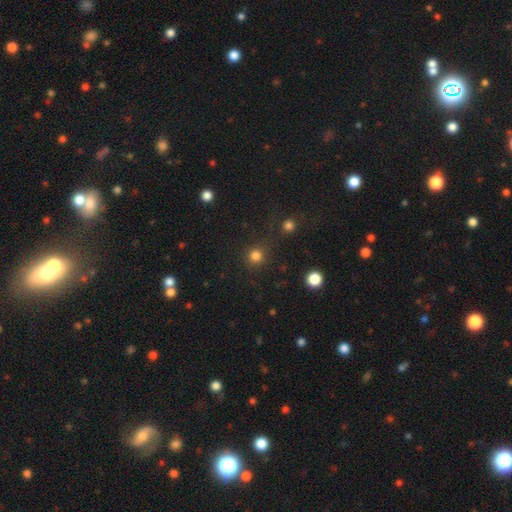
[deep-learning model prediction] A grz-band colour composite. It shows a smooth galaxy with no disk features (81%) that is round (93%). Merging: none (83%).